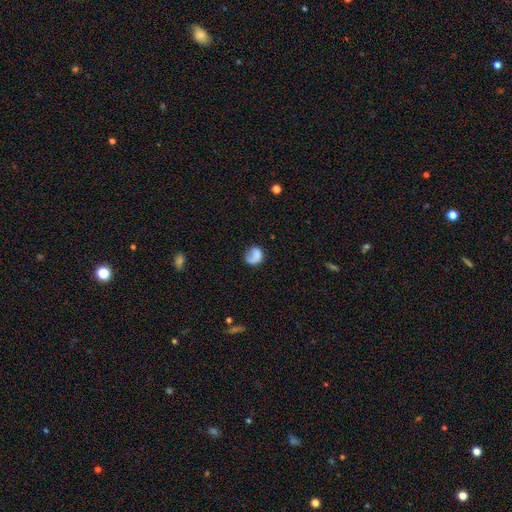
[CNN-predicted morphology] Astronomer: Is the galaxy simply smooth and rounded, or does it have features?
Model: smooth — 64%.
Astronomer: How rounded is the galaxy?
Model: round — 59% (runner-up: in between, 40%).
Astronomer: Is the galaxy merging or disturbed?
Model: none — 45% (runner-up: major disturbance, 26%).